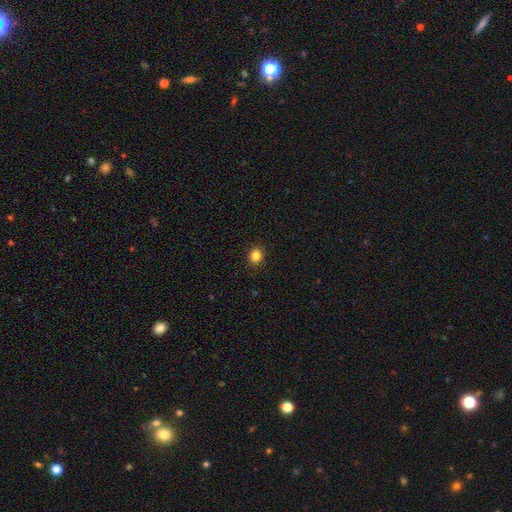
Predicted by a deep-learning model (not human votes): This is clearly a smooth galaxy (84%). How rounded: likely round (63%). Merging: clearly none (90%).